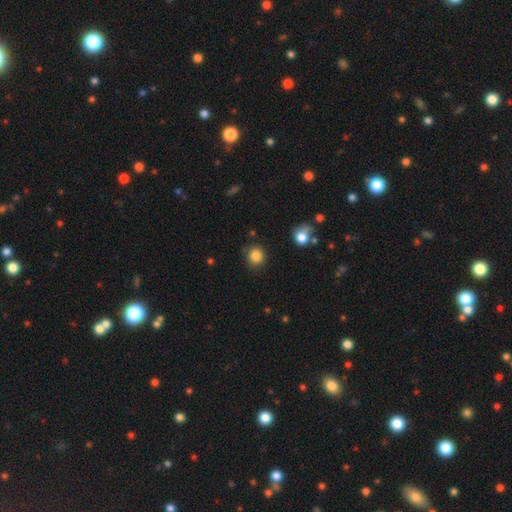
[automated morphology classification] A smooth galaxy with no disk features (85%) that is round (86%).

Vote fractions:
- Smooth or featured? smooth: 85% / star or artifact: 10% / featured or disk: 4%
- How rounded? round: 86% / in between: 13% / cigar-shaped: 1%
- Merging? none: 85% / minor disturbance: 9% / merger: 3% / major disturbance: 3%